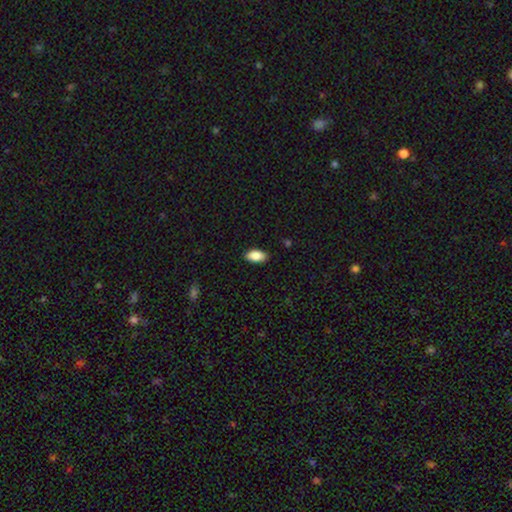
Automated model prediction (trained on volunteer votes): The model was most divided on "merging": none: 88%, minor disturbance: 9%, major disturbance: 2%, merger: 1%. More confident: how rounded — in between (93%); smooth or featured — smooth (87%).